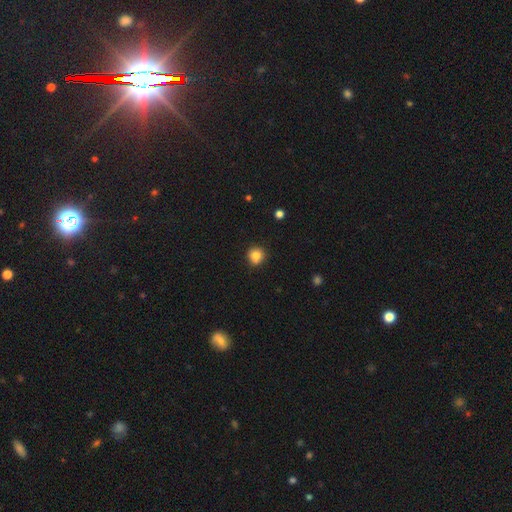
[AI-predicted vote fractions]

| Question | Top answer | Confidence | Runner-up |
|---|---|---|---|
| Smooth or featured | smooth | 83% | star or artifact (11%) |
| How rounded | round | 91% | in between (8%) |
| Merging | none | 81% | minor disturbance (13%) |